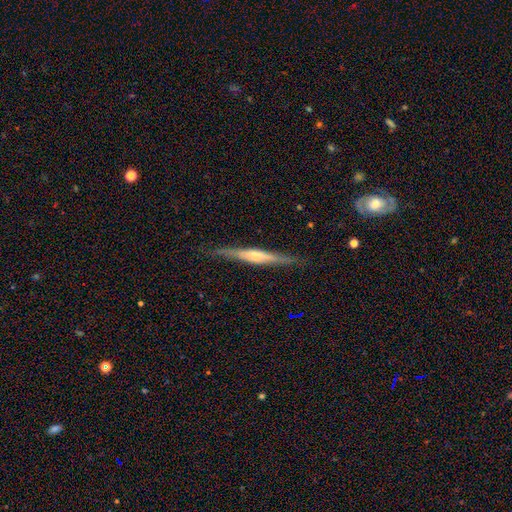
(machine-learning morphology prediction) A featured or disk galaxy (67%) viewed edge-on (96%) with a rounded central bulge (49%).

Vote fractions:
- Smooth or featured? featured or disk: 67% / smooth: 27% / star or artifact: 6%
- Edge-on disk? yes: 96% / no: 4%
- Edge-on bulge? rounded: 49% / boxy: 27% / none: 25%
- Merging? none: 86% / minor disturbance: 11% / major disturbance: 2% / merger: 1%